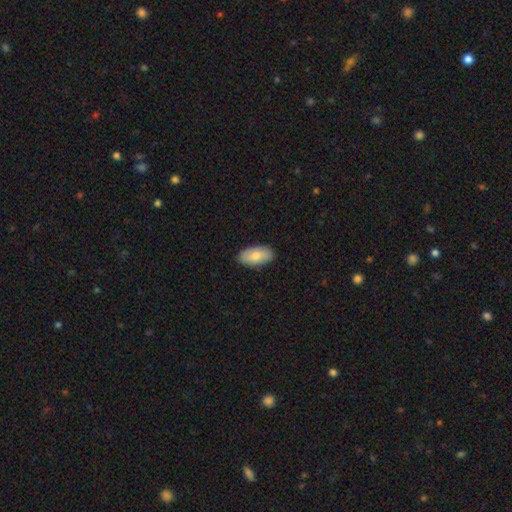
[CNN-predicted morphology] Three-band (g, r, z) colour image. It shows a smooth galaxy with no disk features (80%) that is in between round and cigar-shaped (94%). Merging: none (87%).